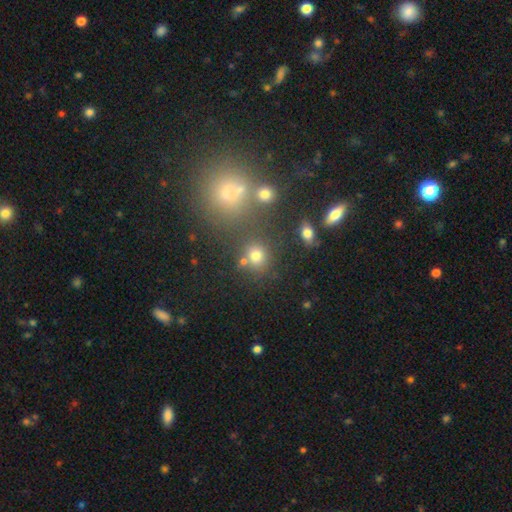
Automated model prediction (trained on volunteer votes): smooth 72%, star or artifact 19%, featured or disk 9%. Down the decision tree: how rounded — round (82%); merging — none (72%).